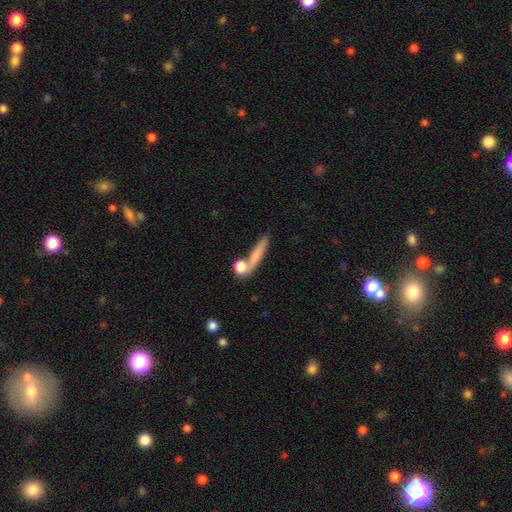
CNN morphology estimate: A smooth galaxy with no disk features (72%) that is cigar-shaped (72%). Merging: none (63%).